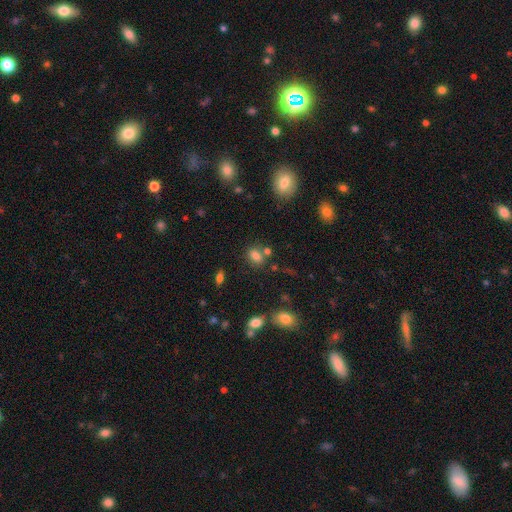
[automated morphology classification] A smooth galaxy with no disk features (78%) that is in between round and cigar-shaped (65%).

Vote fractions:
- Smooth or featured? smooth: 78% / star or artifact: 13% / featured or disk: 9%
- How rounded? in between: 65% / round: 33% / cigar-shaped: 2%
- Merging? none: 65% / merger: 18% / minor disturbance: 13% / major disturbance: 4%